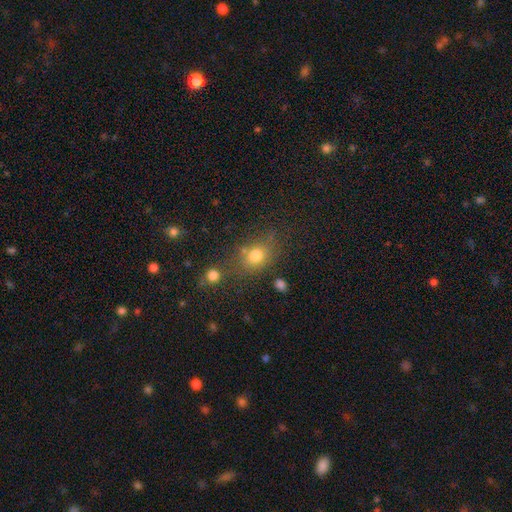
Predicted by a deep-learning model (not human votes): Smooth or featured: smooth — 75% (star or artifact — 15%)
How rounded: round — 52% (in between — 47%)
Merging: none — 62% (minor disturbance — 16%)